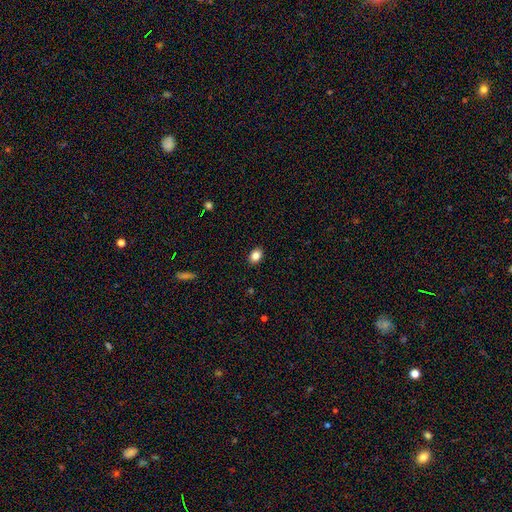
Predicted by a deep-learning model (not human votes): Smooth or featured? Predicted: smooth (p=0.85). How rounded? Predicted: in between (p=0.68). Merging? Predicted: none (p=0.90).